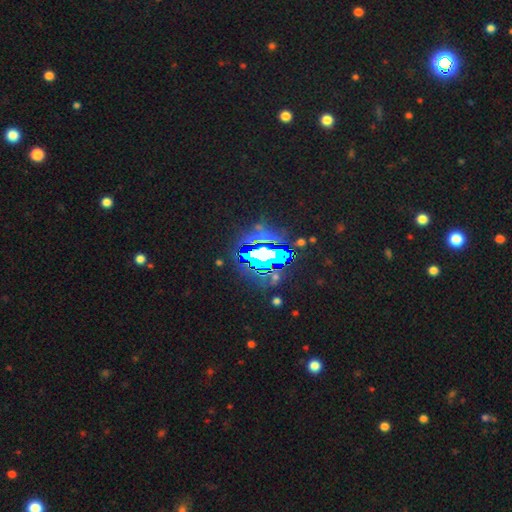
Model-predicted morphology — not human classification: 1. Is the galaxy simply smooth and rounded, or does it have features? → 82% star or artifact, 9% featured or disk, 9% smooth.